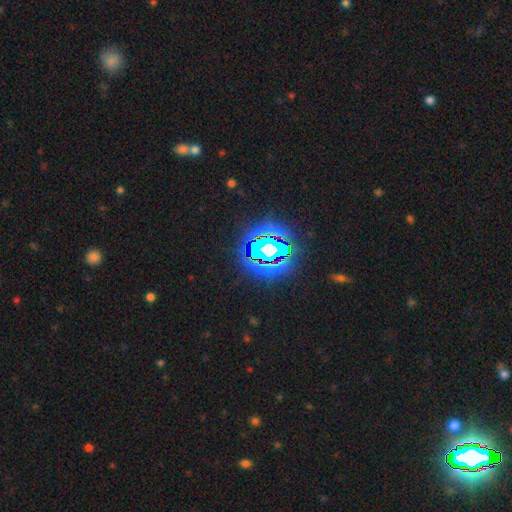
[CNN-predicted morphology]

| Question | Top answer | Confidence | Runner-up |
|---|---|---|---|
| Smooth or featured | star or artifact | 79% | smooth (12%) |